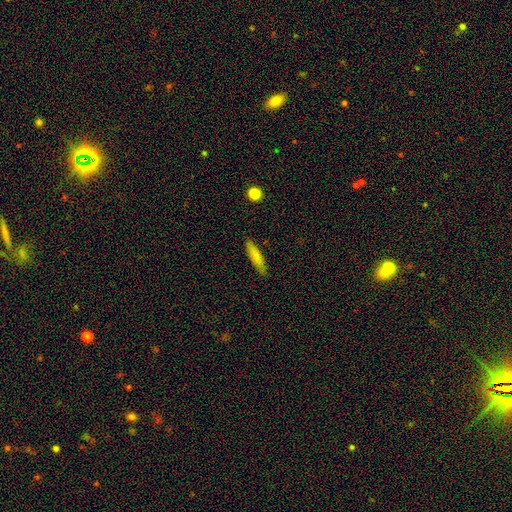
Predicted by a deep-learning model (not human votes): Q: Smooth or featured?
A: smooth (80%); runner-up: featured or disk (14%)
Q: How rounded?
A: cigar-shaped (79%); runner-up: in between (19%)
Q: Merging?
A: none (87%); runner-up: minor disturbance (10%)